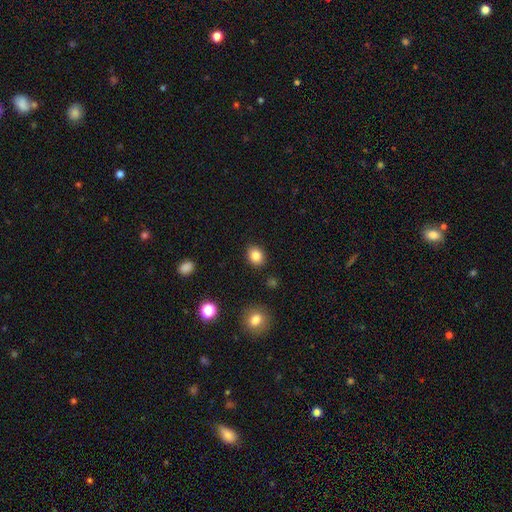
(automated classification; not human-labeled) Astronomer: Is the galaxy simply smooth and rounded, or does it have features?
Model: smooth — 84%.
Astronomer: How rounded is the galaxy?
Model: round — 52% (runner-up: in between, 47%).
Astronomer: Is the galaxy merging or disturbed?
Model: none — 88%.